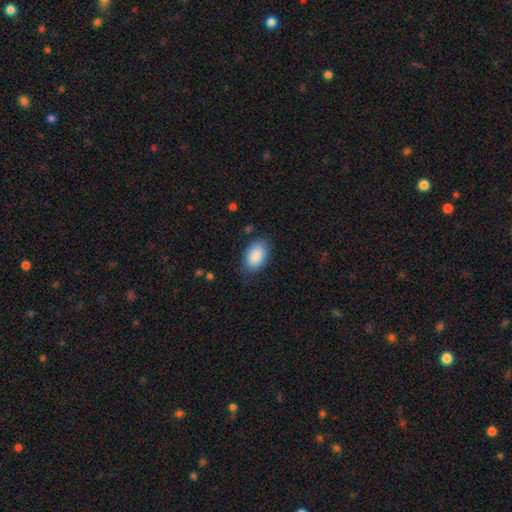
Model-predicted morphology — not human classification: The model was most divided on "merging": none: 80%, minor disturbance: 15%, major disturbance: 4%, merger: 1%. More confident: how rounded — in between (91%); smooth or featured — smooth (89%).